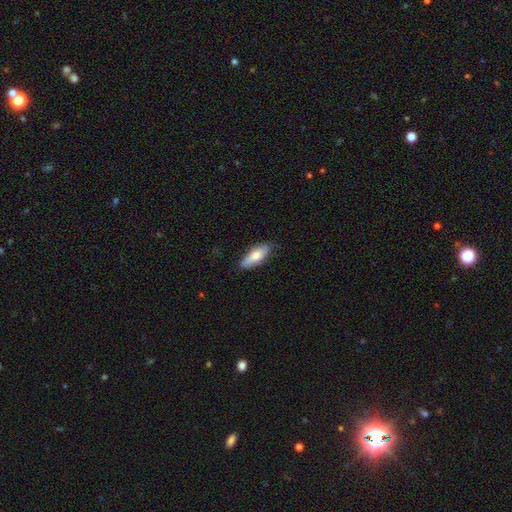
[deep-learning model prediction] Morphology: type=smooth (74%); roundness=in between (66%); merging=none (79%).